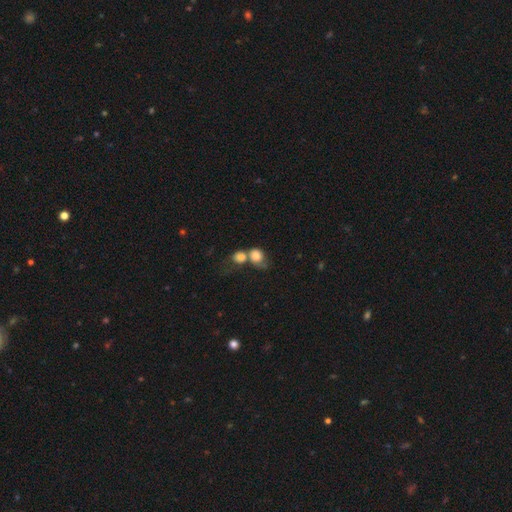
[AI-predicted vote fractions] Smooth or featured? smooth (80%)
How rounded? round (66%)
Merging? merger (61%)